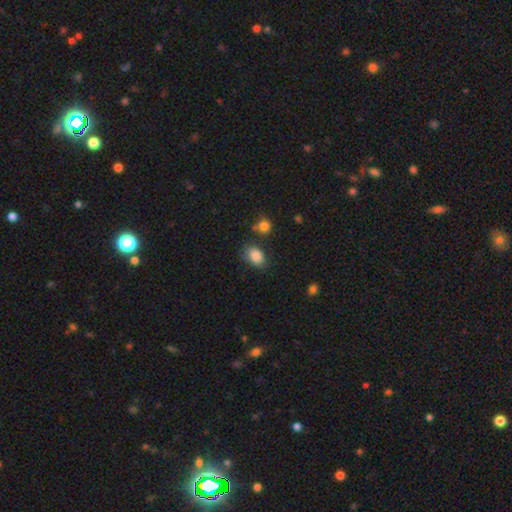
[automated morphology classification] type=smooth (85%); roundness=in between (78%); merging=none (67%).